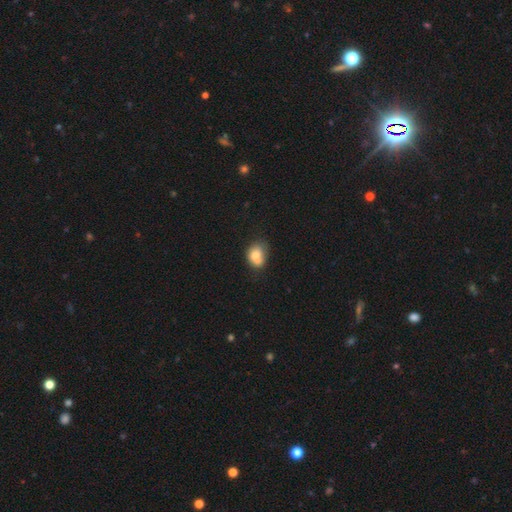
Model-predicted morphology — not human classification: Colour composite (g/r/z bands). It shows a smooth galaxy with no disk features (74%) that is in between round and cigar-shaped (51%). Merging: none (40%).